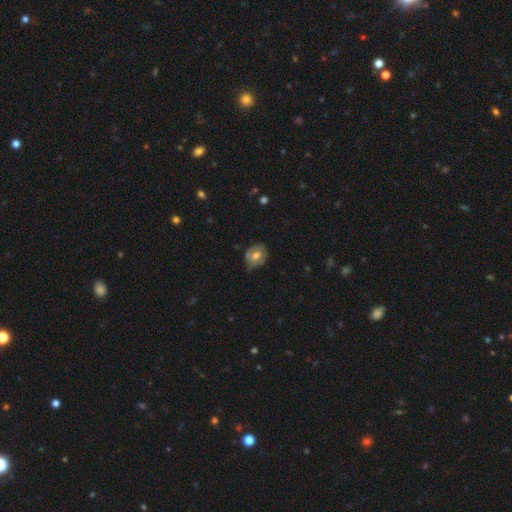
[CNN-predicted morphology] Overall: smooth (54%; featured or disk 38%). How rounded: round (52%; in between 47%). Merging: none (60%; minor disturbance 30%).